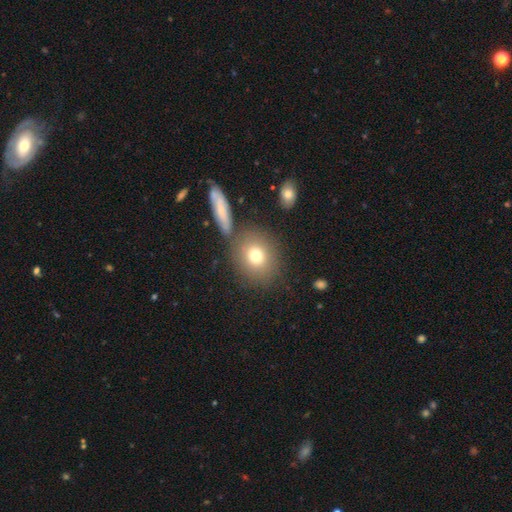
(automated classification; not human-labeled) Smooth or featured? smooth (76%)
How rounded? round (74%)
Merging? none (76%)